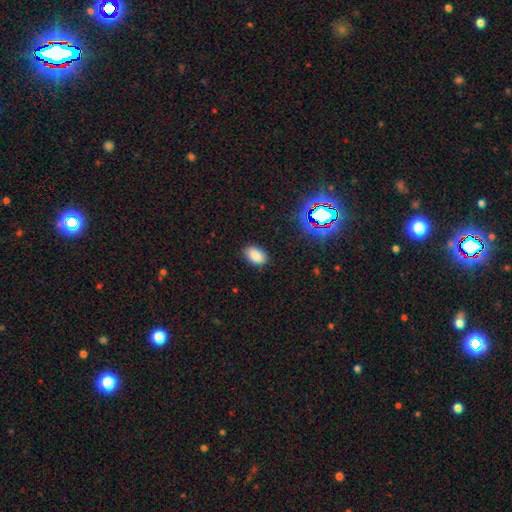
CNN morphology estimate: smooth 85%, star or artifact 11%, featured or disk 4%. Down the decision tree: how rounded — in between (90%); merging — none (86%).